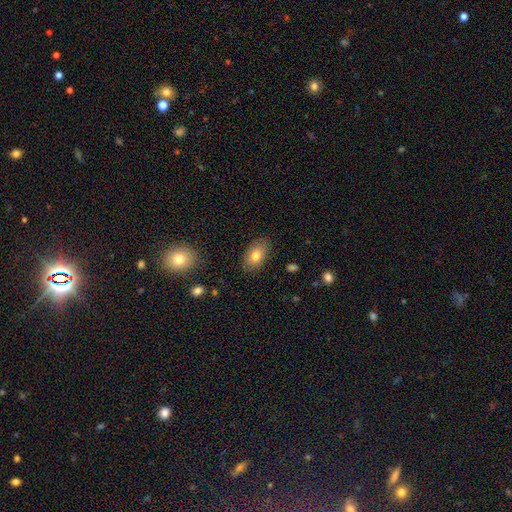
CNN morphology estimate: Smooth or featured: smooth — 78% (featured or disk — 14%)
How rounded: in between — 90% (round — 9%)
Merging: none — 84% (minor disturbance — 12%)